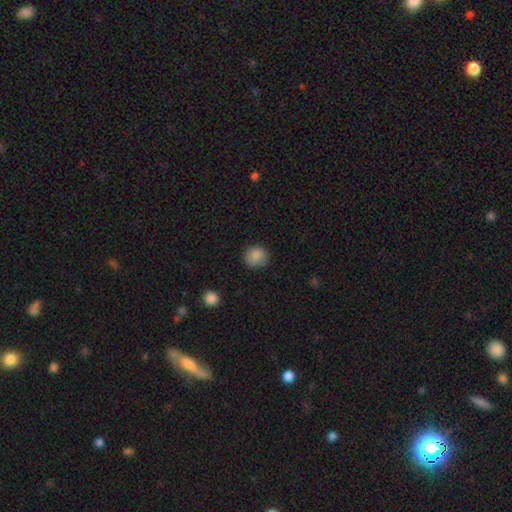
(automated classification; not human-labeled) A smooth galaxy with no disk features (87%) that is round (87%).

Vote fractions:
- Smooth or featured? smooth: 87% / star or artifact: 9% / featured or disk: 4%
- How rounded? round: 87% / in between: 12% / cigar-shaped: 1%
- Merging? none: 84% / minor disturbance: 12% / major disturbance: 3% / merger: 1%